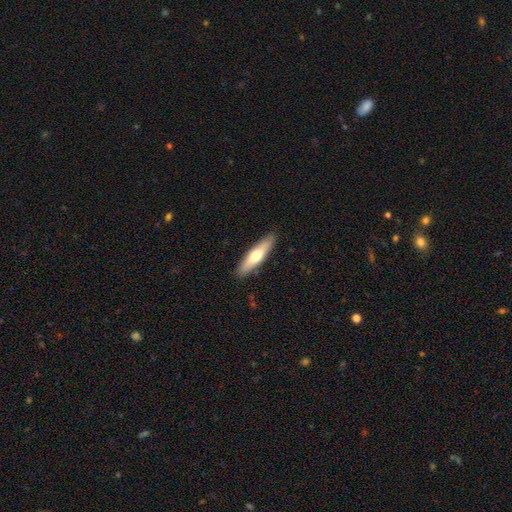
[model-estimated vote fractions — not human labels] The model was most divided on "smooth or featured": smooth: 58%, featured or disk: 37%, star or artifact: 5%. More confident: merging — none (89%); how rounded — cigar-shaped (75%).